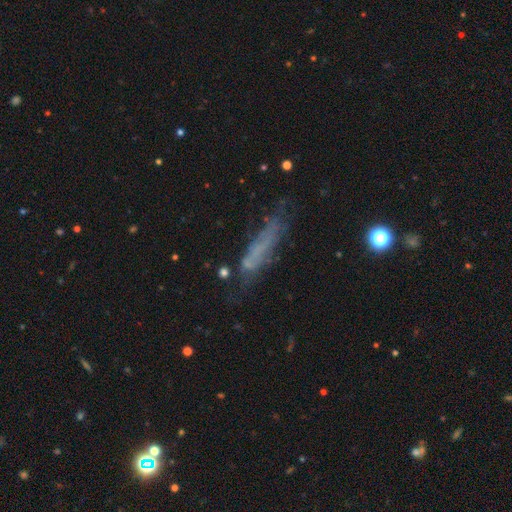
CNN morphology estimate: smooth_or_featured: smooth (p=0.45) [alt: featured or disk p=0.39]
merging: none (p=0.52) [alt: minor disturbance p=0.26]